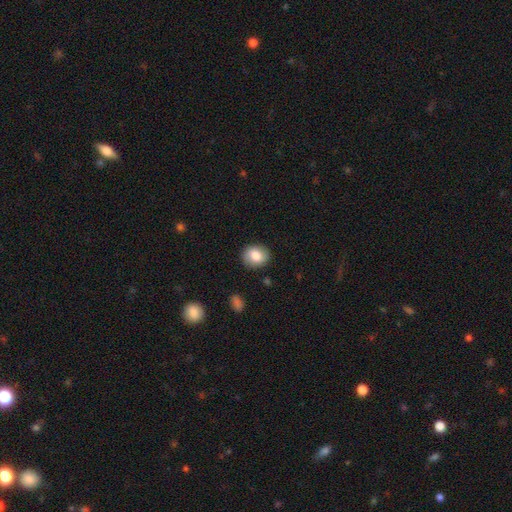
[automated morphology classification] A smooth galaxy with no disk features (80%) that is round (65%). Merging: none (86%).